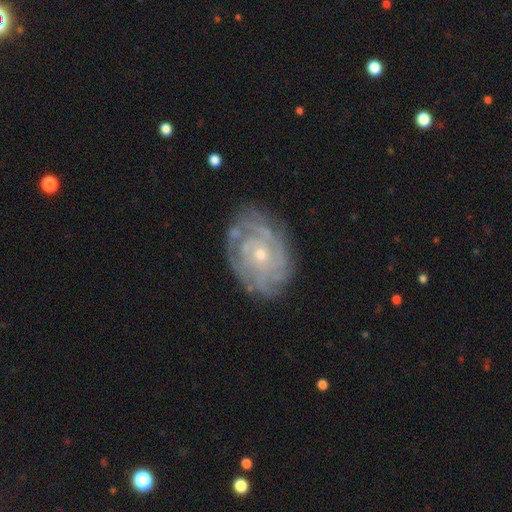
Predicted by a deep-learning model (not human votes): Overall: featured or disk (82%). Edge-on disk: no (96%). Bar: no (79%). Spiral arms: yes (95%). Spiral arm count: can't tell (40%; 4 16%). Spiral winding: tight (77%). Bulge size: small (67%; moderate 30%). Merging: none (81%).